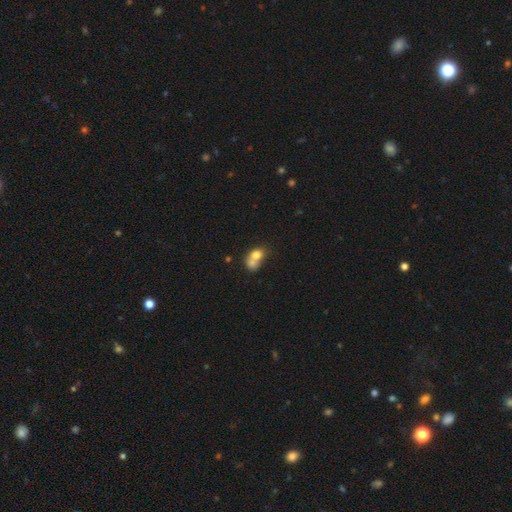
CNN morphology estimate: smooth 70%, featured or disk 21%, star or artifact 10%. Down the decision tree: how rounded — in between (53%); merging — merger (68%).